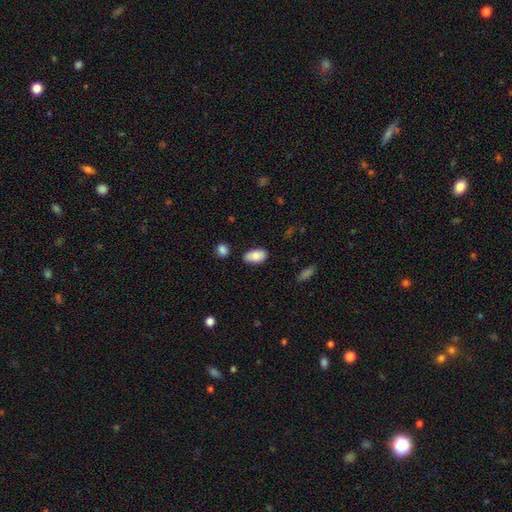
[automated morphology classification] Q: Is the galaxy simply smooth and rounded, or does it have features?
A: smooth — 84%.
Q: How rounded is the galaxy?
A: in between — 94%.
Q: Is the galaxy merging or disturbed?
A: none — 79%.